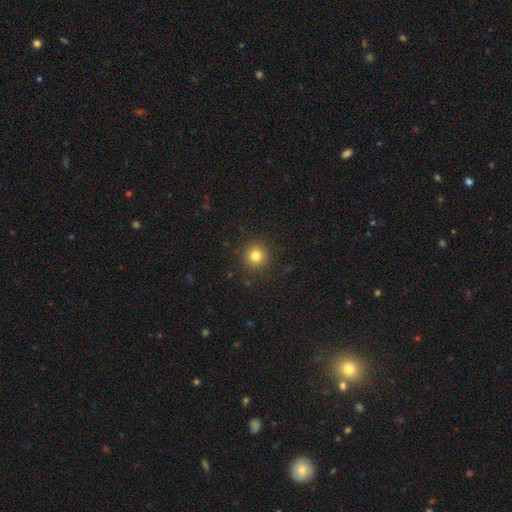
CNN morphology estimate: smooth_or_featured: smooth (p=0.80) [alt: star or artifact p=0.13]
how_rounded: round (p=0.94) [alt: in between p=0.05]
merging: none (p=0.90) [alt: minor disturbance p=0.06]